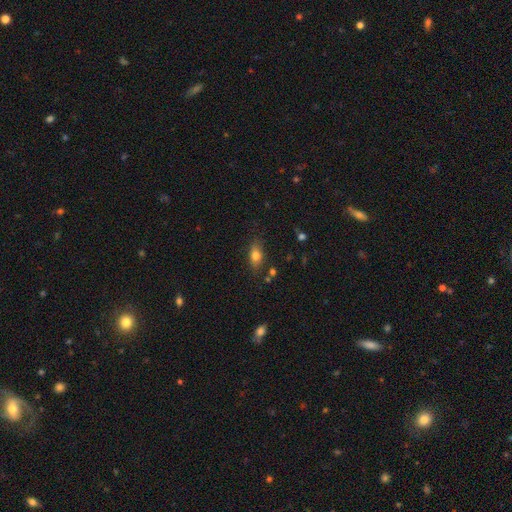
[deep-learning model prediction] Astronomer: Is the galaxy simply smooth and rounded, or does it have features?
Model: smooth — 77%.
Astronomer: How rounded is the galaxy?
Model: in between — 79%.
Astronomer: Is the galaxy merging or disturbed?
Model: none — 78%.